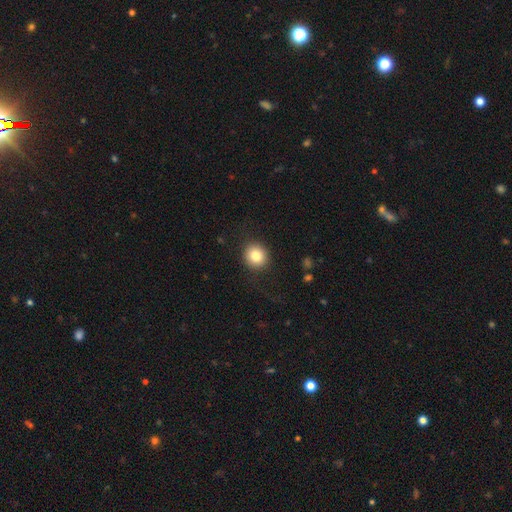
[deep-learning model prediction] smooth_or_featured: smooth (p=0.82) [alt: star or artifact p=0.10]
how_rounded: round (p=0.88) [alt: in between p=0.11]
merging: none (p=0.88) [alt: minor disturbance p=0.08]